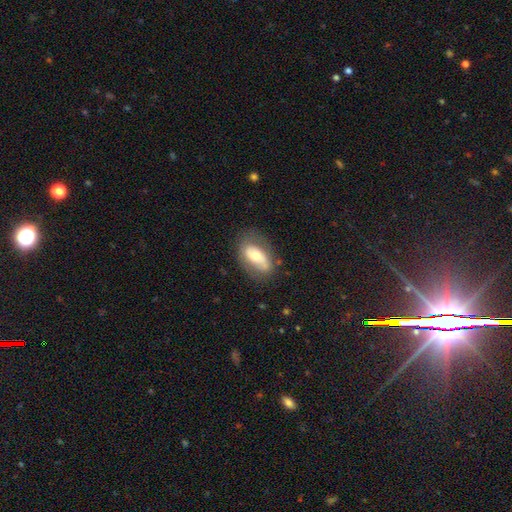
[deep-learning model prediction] Morphology: type=smooth (50%); merging=none (67%).